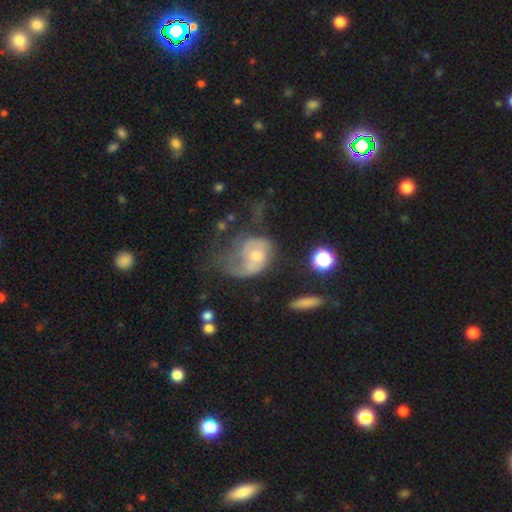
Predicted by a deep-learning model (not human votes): smooth_or_featured: featured or disk (p=0.57) [alt: smooth p=0.34]
disk_edge_on: no (p=0.96) [alt: yes p=0.04]
bar: no (p=0.76) [alt: weak p=0.20]
has_spiral_arms: yes (p=0.63) [alt: no p=0.37]
bulge_size: moderate (p=0.51) [alt: small p=0.41]
merging: major disturbance (p=0.56) [alt: none p=0.19]